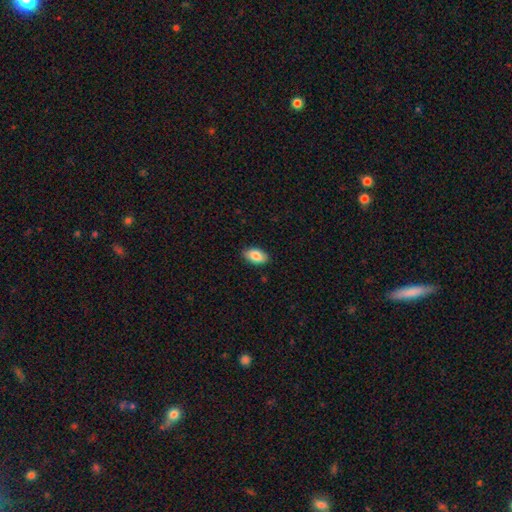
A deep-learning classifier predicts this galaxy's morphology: Smooth or featured? Predicted: smooth (p=0.85). How rounded? Predicted: in between (p=0.93). Merging? Predicted: none (p=0.88).